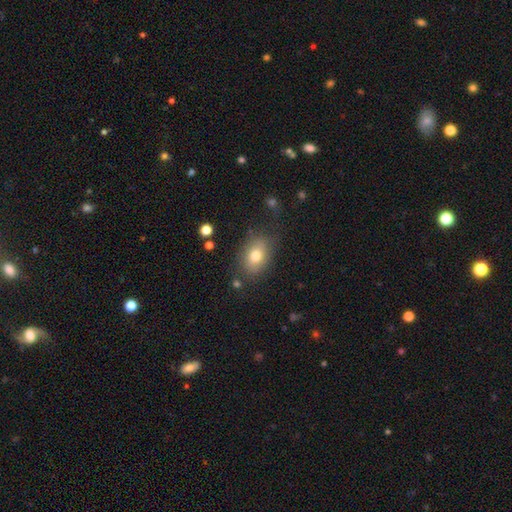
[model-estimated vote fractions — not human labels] Q: Smooth or featured?
A: smooth (76%); runner-up: featured or disk (14%)
Q: How rounded?
A: in between (76%); runner-up: round (23%)
Q: Merging?
A: none (75%); runner-up: minor disturbance (16%)